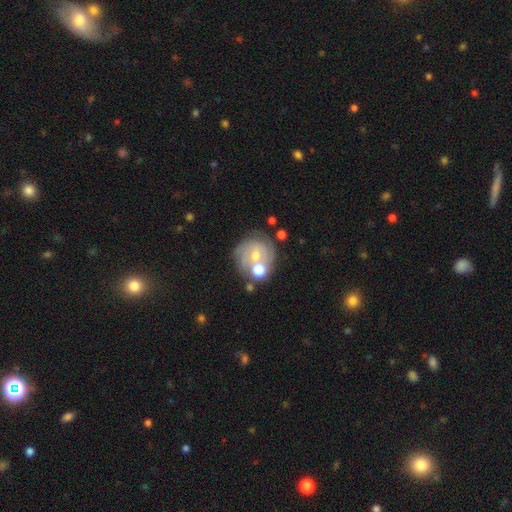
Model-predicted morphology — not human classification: A featured or disk galaxy (61%) with no bar (59%), spiral arms (74%) and a moderate central bulge (51%). Merging: none (57%).